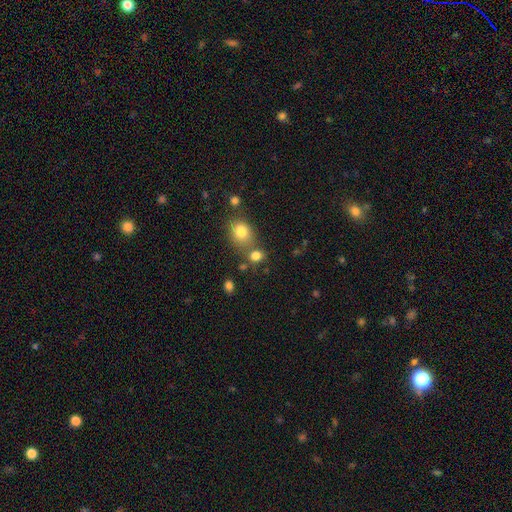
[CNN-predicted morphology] A smooth galaxy with no disk features (80%) that is round (62%). Merging: none (60%).